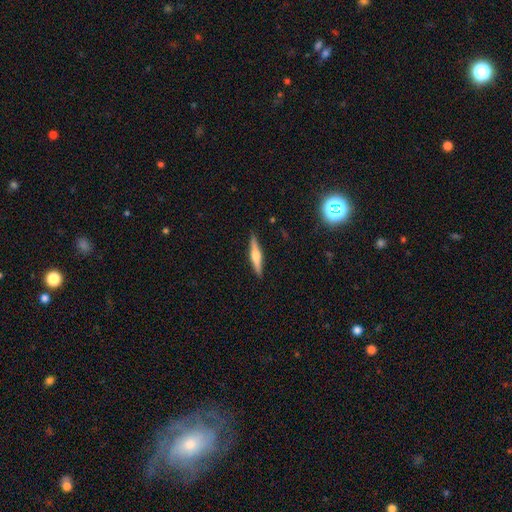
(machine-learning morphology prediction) The model was most divided on "smooth or featured": featured or disk: 62%, smooth: 32%, star or artifact: 6%. More confident: edge-on disk — yes (97%); merging — none (91%); edge-on bulge — rounded (89%).